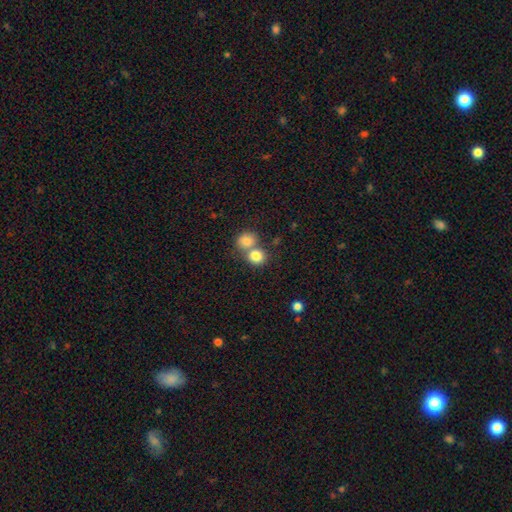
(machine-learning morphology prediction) A smooth galaxy with no disk features (81%) that is round (79%). Merging: merger (49%).